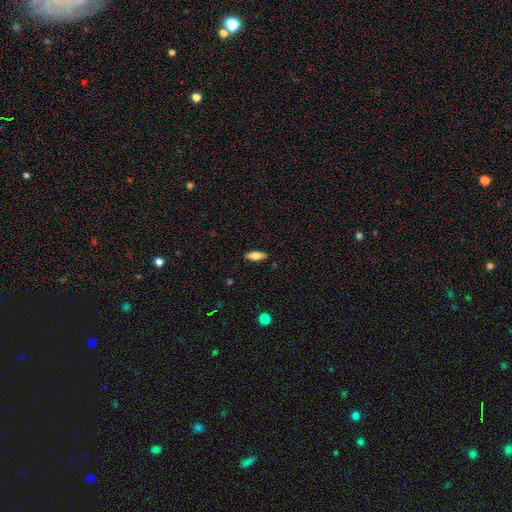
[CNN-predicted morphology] smooth-or-featured: smooth: 63% | featured or disk: 30% | star or artifact: 7%
  how-rounded: in between: 67% | cigar-shaped: 31% | round: 3%
  merging: none: 88% | minor disturbance: 9% | major disturbance: 2% | merger: 1%